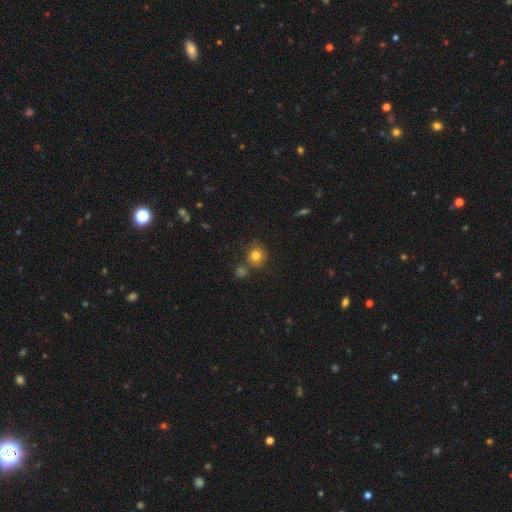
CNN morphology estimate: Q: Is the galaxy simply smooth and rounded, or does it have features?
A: smooth — 80%.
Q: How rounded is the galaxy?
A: round — 86%.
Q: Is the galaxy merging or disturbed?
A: none — 72%.